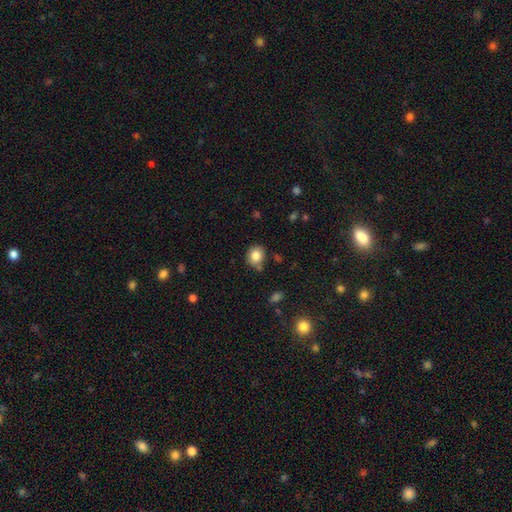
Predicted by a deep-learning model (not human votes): Morphology: type=smooth (83%); roundness=round (70%); merging=none (75%).